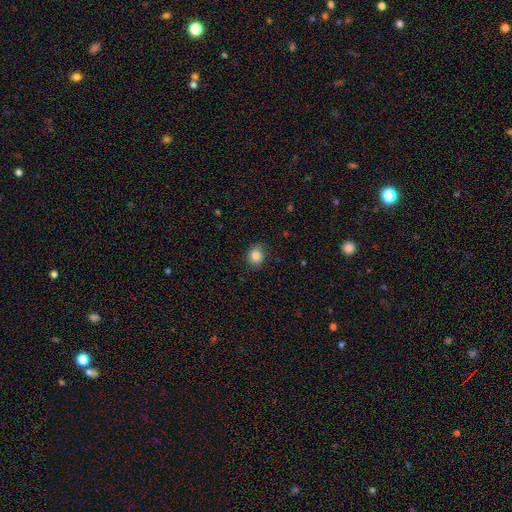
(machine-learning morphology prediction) This appears to be a smooth galaxy with no disk features (83%) that is round (63%). Merging: none (76%).